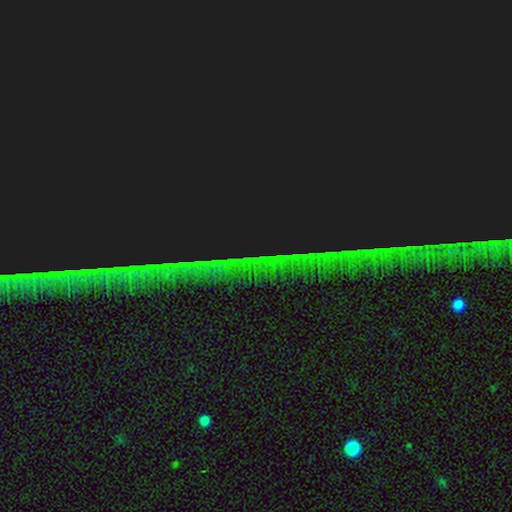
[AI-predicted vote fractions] smooth_or_featured: star or artifact (p=0.85) [alt: featured or disk p=0.08]